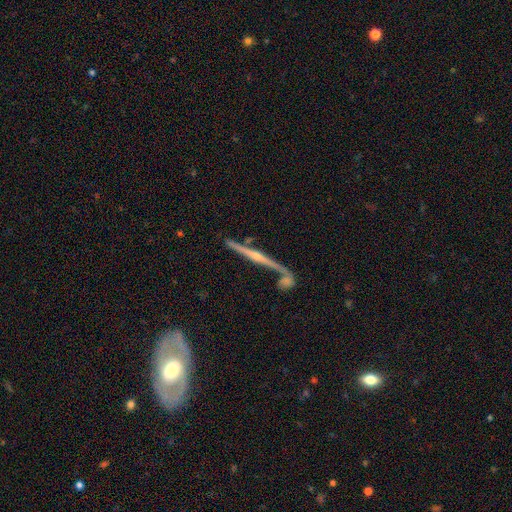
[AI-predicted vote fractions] smooth_or_featured: featured or disk (p=0.77) [alt: smooth p=0.14]
disk_edge_on: yes (p=0.87) [alt: no p=0.13]
edge_on_bulge: rounded (p=0.77) [alt: none p=0.15]
merging: none (p=0.69) [alt: minor disturbance p=0.15]